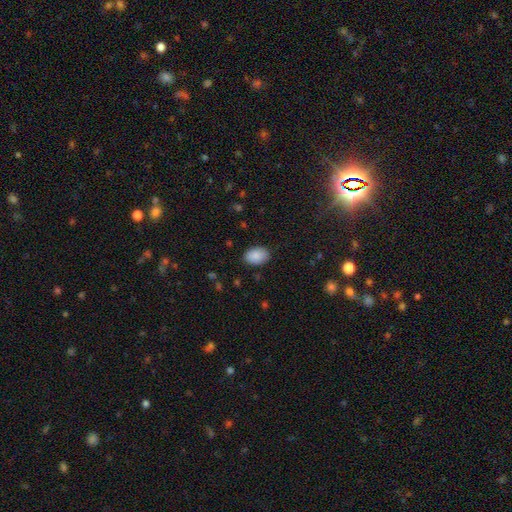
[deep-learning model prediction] Smooth or featured: smooth — 89% (star or artifact — 7%)
How rounded: in between — 87% (round — 12%)
Merging: none — 87% (minor disturbance — 10%)